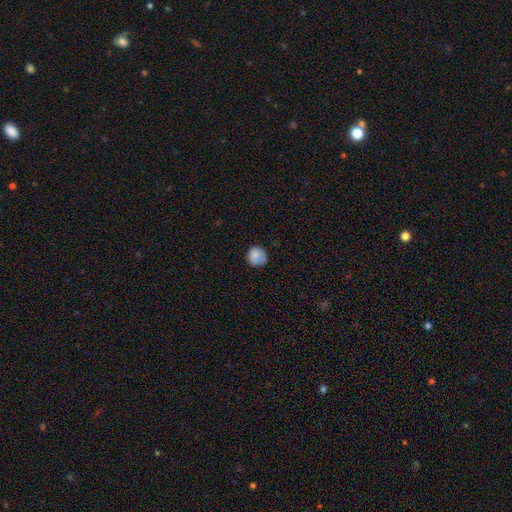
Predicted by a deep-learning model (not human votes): smooth 85%, star or artifact 9%, featured or disk 6%. Down the decision tree: how rounded — round (88%); merging — none (74%).